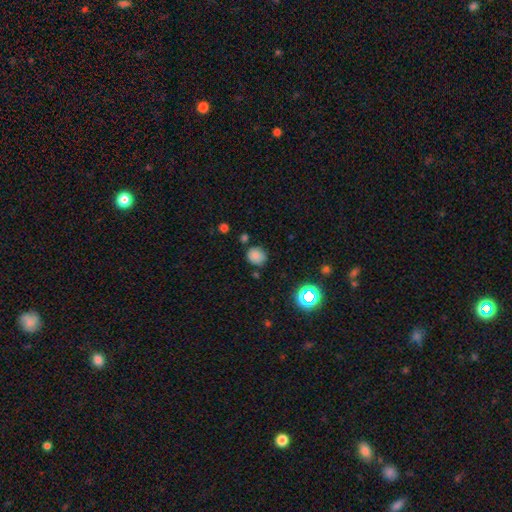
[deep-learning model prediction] The model was most divided on "how rounded": round: 78%, in between: 21%, cigar-shaped: 1%. More confident: smooth or featured — smooth (79%); merging — none (75%).